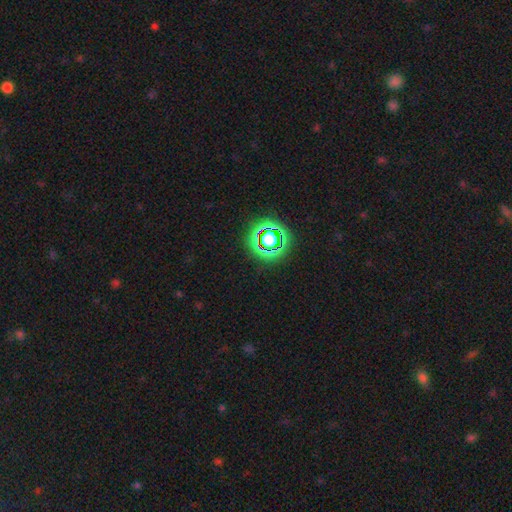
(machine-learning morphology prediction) Smooth or featured?
  - star or artifact: 71% *
  - smooth: 22%
  - featured or disk: 7%